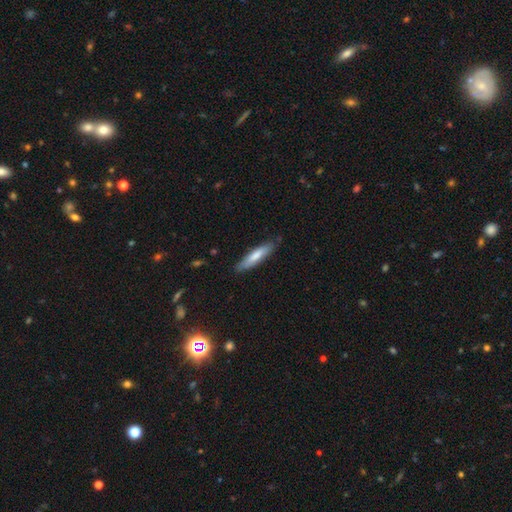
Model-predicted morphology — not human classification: type=smooth (71%); roundness=cigar-shaped (81%); merging=none (82%).